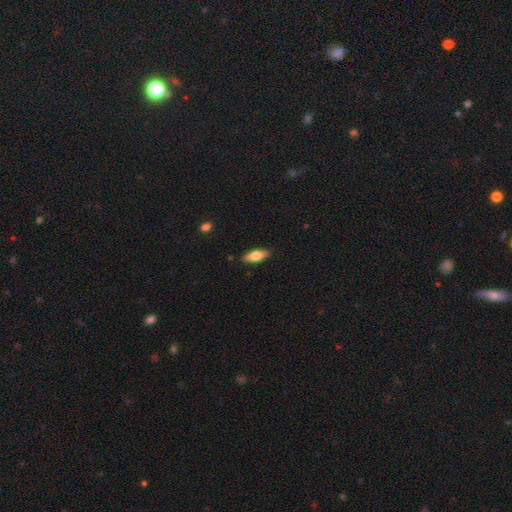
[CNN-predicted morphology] type=smooth (67%); roundness=in between (69%); merging=none (88%).